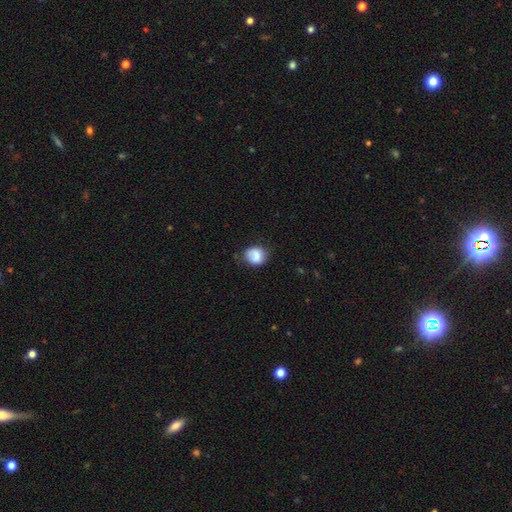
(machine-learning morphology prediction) Q: Smooth or featured?
A: smooth (78%); runner-up: featured or disk (13%)
Q: How rounded?
A: round (73%); runner-up: in between (26%)
Q: Merging?
A: none (67%); runner-up: minor disturbance (25%)